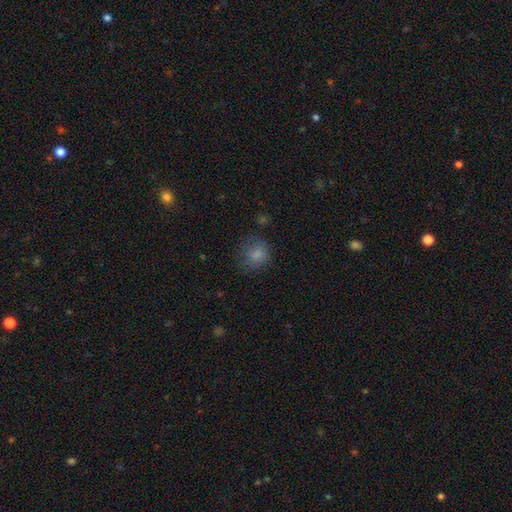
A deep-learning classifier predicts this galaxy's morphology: Q: Smooth or featured?
A: smooth (74%); runner-up: star or artifact (17%)
Q: How rounded?
A: round (79%); runner-up: in between (19%)
Q: Merging?
A: none (71%); runner-up: minor disturbance (19%)